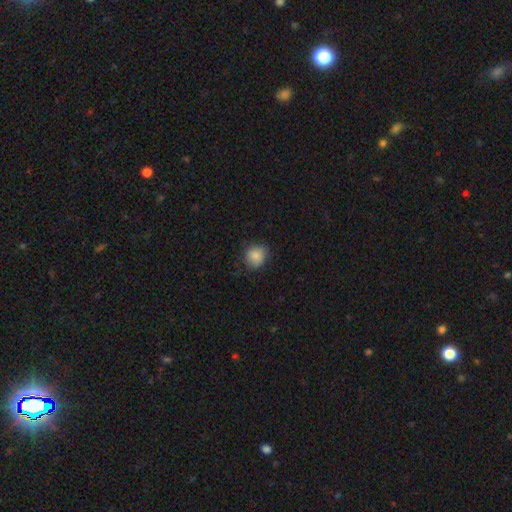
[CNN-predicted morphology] A smooth galaxy with no disk features (86%) that is round (81%).

Vote fractions:
- Smooth or featured? smooth: 86% / star or artifact: 9% / featured or disk: 5%
- How rounded? round: 81% / in between: 18% / cigar-shaped: 1%
- Merging? none: 79% / minor disturbance: 17% / major disturbance: 4% / merger: 1%